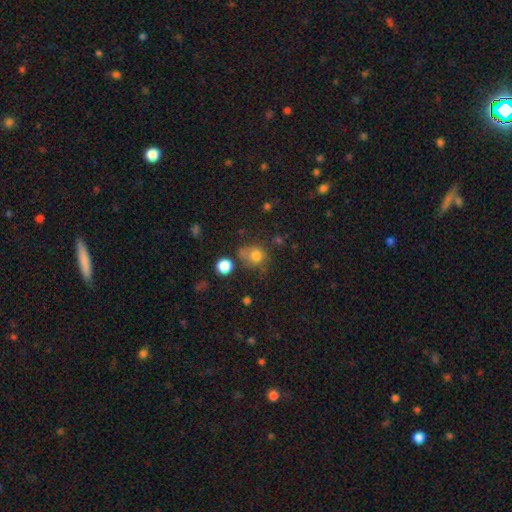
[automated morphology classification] Smooth or featured?
  - smooth: 76% *
  - star or artifact: 13%
  - featured or disk: 10%
How rounded?
  - round: 72% *
  - in between: 27%
  - cigar-shaped: 1%
Merging?
  - none: 49% *
  - minor disturbance: 24%
  - major disturbance: 14%
  - merger: 13%